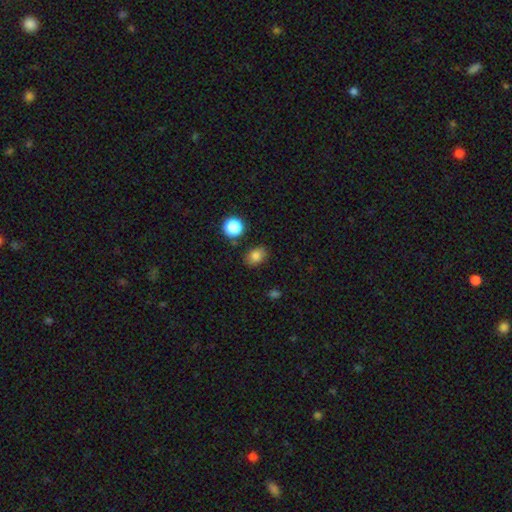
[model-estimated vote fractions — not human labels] Smooth or featured? smooth (82%)
How rounded? in between (67%)
Merging? none (82%)